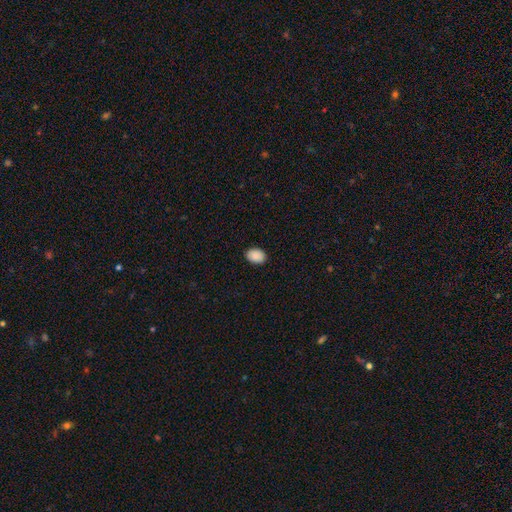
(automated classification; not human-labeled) smooth_or_featured: smooth (p=0.90) [alt: star or artifact p=0.07]
how_rounded: in between (p=0.77) [alt: round p=0.22]
merging: none (p=0.89) [alt: minor disturbance p=0.08]